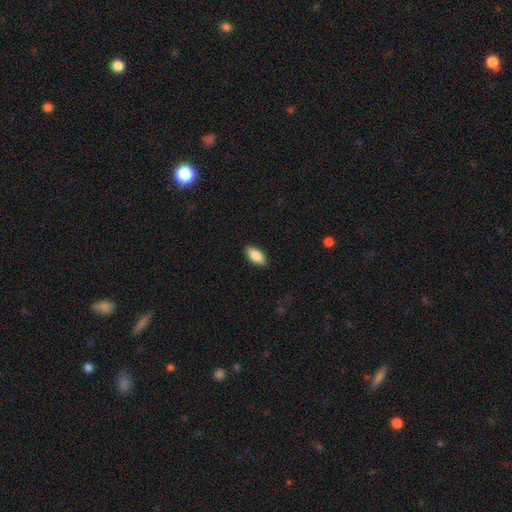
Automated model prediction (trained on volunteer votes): smooth-or-featured: smooth: 84% | featured or disk: 10% | star or artifact: 6%
  how-rounded: in between: 90% | cigar-shaped: 7% | round: 3%
  merging: none: 88% | minor disturbance: 9% | major disturbance: 2% | merger: 1%